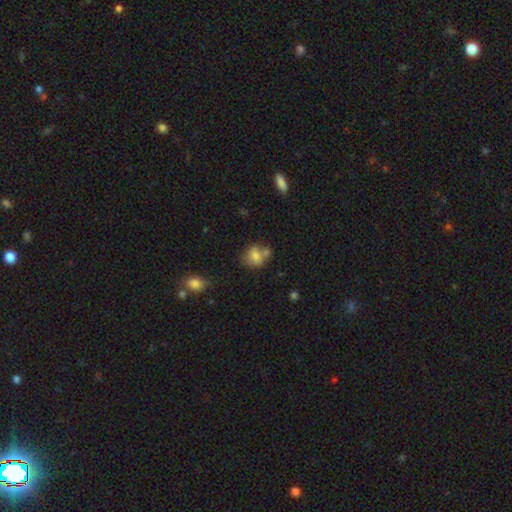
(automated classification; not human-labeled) Overall: smooth (76%). How rounded: round (59%; in between 39%). Merging: none (52%; merger 25%).